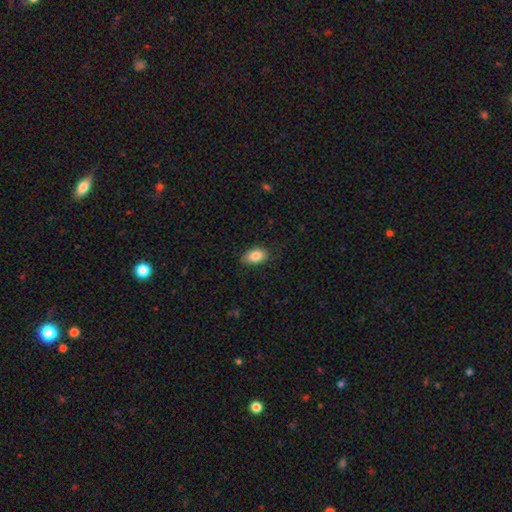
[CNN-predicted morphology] Smooth or featured?
  - smooth: 85% *
  - featured or disk: 8%
  - star or artifact: 7%
How rounded?
  - in between: 92% *
  - round: 6%
  - cigar-shaped: 2%
Merging?
  - none: 77% *
  - minor disturbance: 18%
  - major disturbance: 4%
  - merger: 1%